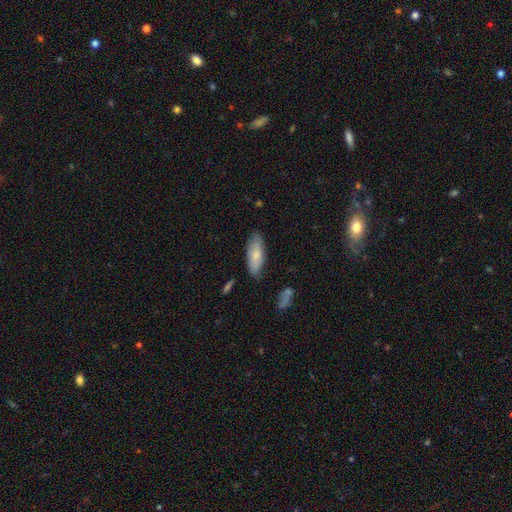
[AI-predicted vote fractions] Smooth or featured? smooth (76%)
How rounded? in between (72%)
Merging? none (80%)